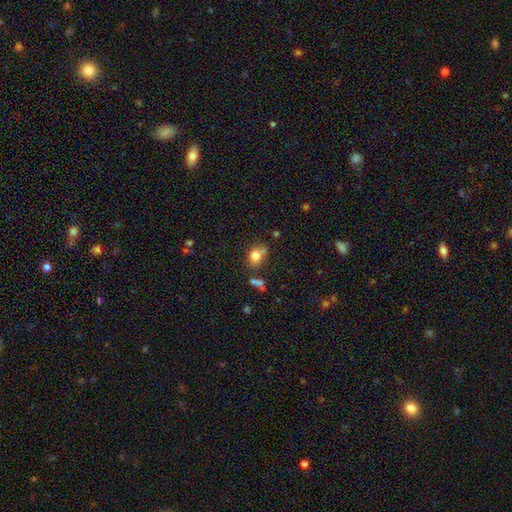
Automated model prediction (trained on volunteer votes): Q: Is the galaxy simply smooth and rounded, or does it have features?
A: smooth — 77%.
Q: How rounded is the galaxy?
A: in between — 51%.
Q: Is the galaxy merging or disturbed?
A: none — 54%.